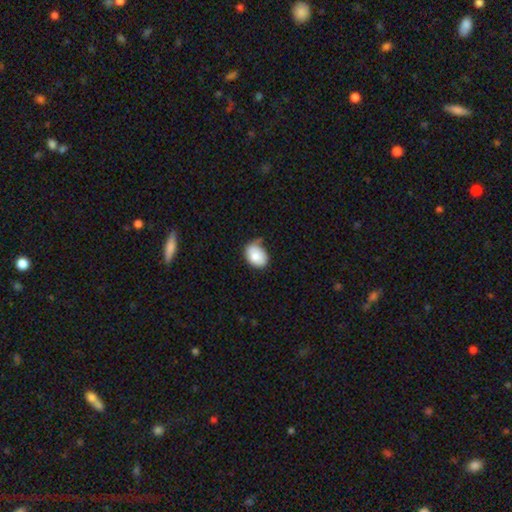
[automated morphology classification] Smooth or featured: smooth — 83% (featured or disk — 10%)
How rounded: in between — 75% (round — 24%)
Merging: none — 57% (minor disturbance — 32%)